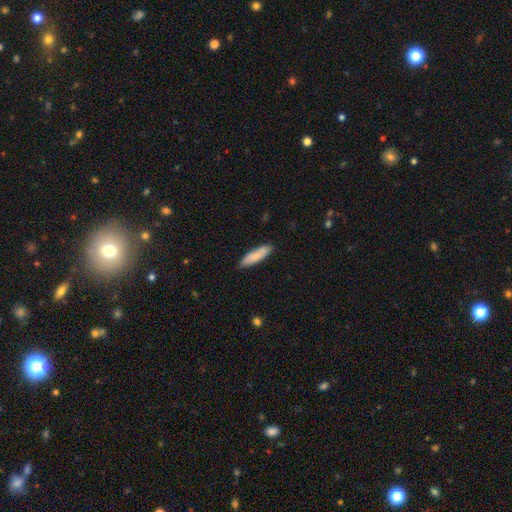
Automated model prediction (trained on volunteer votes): Q: Smooth or featured?
A: smooth (83%); runner-up: featured or disk (11%)
Q: How rounded?
A: cigar-shaped (66%); runner-up: in between (32%)
Q: Merging?
A: none (85%); runner-up: minor disturbance (12%)